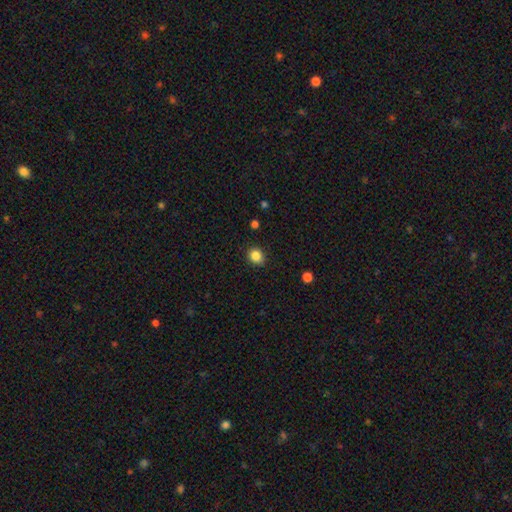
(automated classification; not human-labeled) A smooth galaxy with no disk features (85%) that is round (74%).

Vote fractions:
- Smooth or featured? smooth: 85% / star or artifact: 10% / featured or disk: 4%
- How rounded? round: 74% / in between: 26% / cigar-shaped: 1%
- Merging? none: 88% / minor disturbance: 9% / major disturbance: 2% / merger: 1%